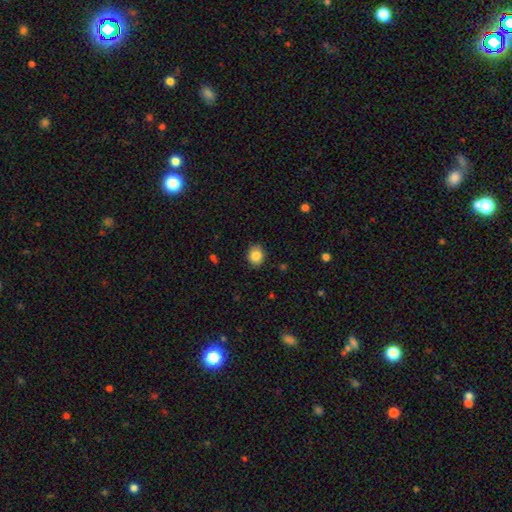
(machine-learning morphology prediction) smooth 85%, star or artifact 9%, featured or disk 6%. Down the decision tree: how rounded — round (61%); merging — none (88%).